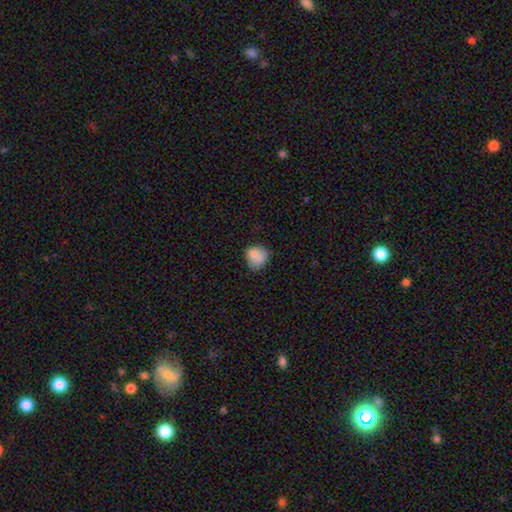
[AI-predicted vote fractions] The model was most divided on "merging": none: 55%, minor disturbance: 30%, major disturbance: 8%, merger: 8%. More confident: smooth or featured — smooth (81%); how rounded — round (70%).